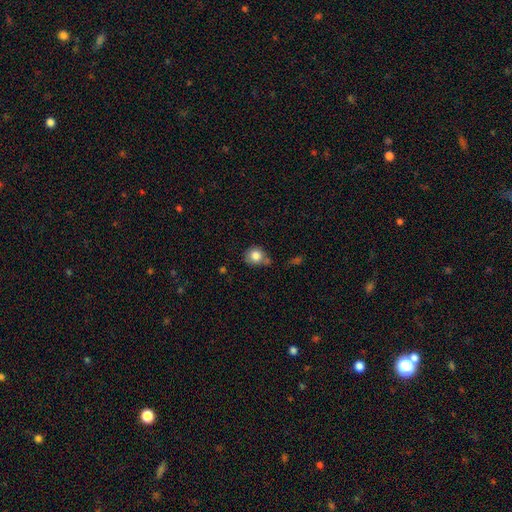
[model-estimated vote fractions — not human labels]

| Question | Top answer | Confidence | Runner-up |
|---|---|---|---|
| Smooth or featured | smooth | 82% | star or artifact (9%) |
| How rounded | round | 82% | in between (17%) |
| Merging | none | 55% | minor disturbance (25%) |